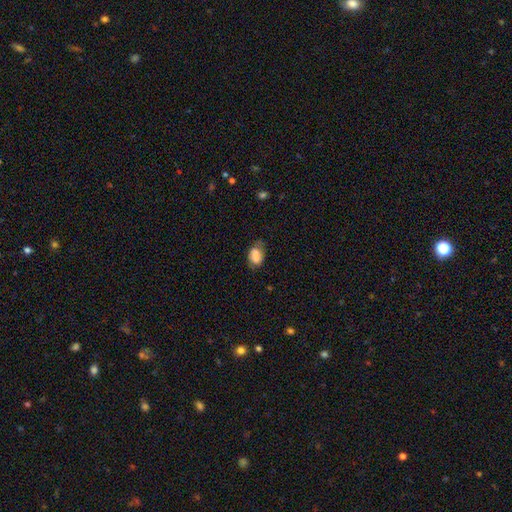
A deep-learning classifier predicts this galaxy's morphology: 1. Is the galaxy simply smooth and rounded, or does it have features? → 78% smooth, 14% featured or disk, 9% star or artifact.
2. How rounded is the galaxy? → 83% in between, 15% round, 2% cigar-shaped.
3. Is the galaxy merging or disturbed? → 54% none, 32% minor disturbance, 11% major disturbance, 2% merger.